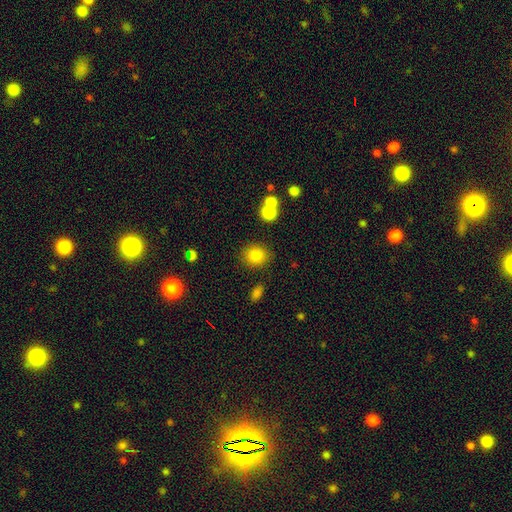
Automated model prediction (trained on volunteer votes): Morphology: type=smooth (83%); roundness=round (76%); merging=none (81%).